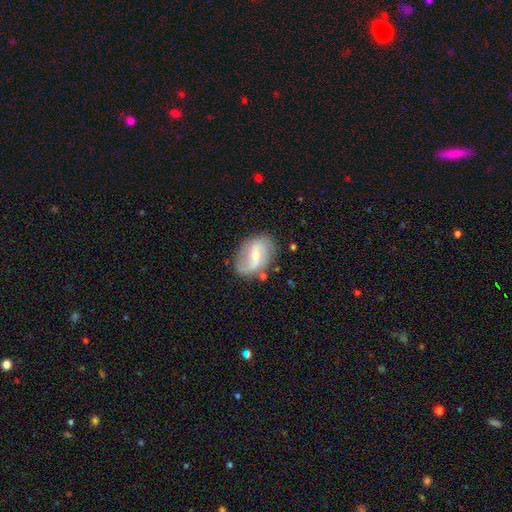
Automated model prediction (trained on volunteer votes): Smooth or featured?
  - featured or disk: 76% *
  - smooth: 17%
  - star or artifact: 6%
Edge-on disk?
  - no: 97% *
  - yes: 3%
Bar?
  - weak: 52% *
  - strong: 25%
  - no: 23%
Spiral arms?
  - yes: 91% *
  - no: 9%
Spiral winding?
  - loose: 52% *
  - medium: 35%
  - tight: 12%
Spiral arm count?
  - 2: 79% *
  - can't tell: 8%
  - 1: 7%
  - 3: 3%
  - 4: 1%
  - more than 4: 1%
Bulge size?
  - small: 59% *
  - moderate: 33%
  - none: 4%
  - large: 2%
  - dominant: 1%
Merging?
  - none: 70% *
  - minor disturbance: 19%
  - major disturbance: 8%
  - merger: 3%